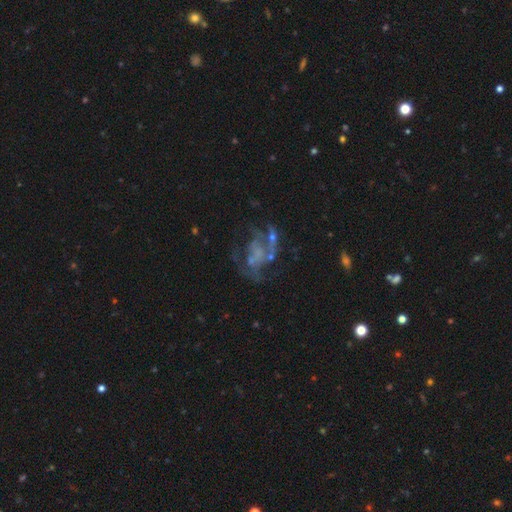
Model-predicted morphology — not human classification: smooth-or-featured: featured or disk: 69% | star or artifact: 16% | smooth: 15%
  disk-edge-on: no: 98% | yes: 2%
    bar: no: 74% | weak: 19% | strong: 6%
    has-spiral-arms: yes: 50% (tied) | no: 50% (tied)
    bulge-size: none: 62% | small: 21% | moderate: 13% | large: 3% | dominant: 1%
  merging: major disturbance: 39% | none: 36% | minor disturbance: 15% | merger: 11%